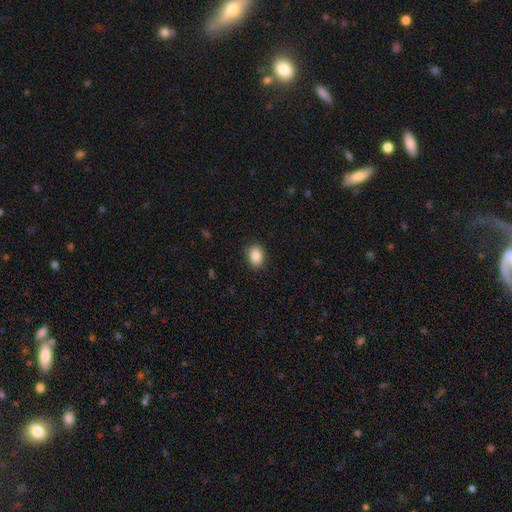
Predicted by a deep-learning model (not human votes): A smooth galaxy with no disk features (88%) that is in between round and cigar-shaped (68%).

Vote fractions:
- Smooth or featured? smooth: 88% / star or artifact: 8% / featured or disk: 4%
- How rounded? in between: 68% / round: 31% / cigar-shaped: 1%
- Merging? none: 86% / minor disturbance: 10% / major disturbance: 2% / merger: 1%